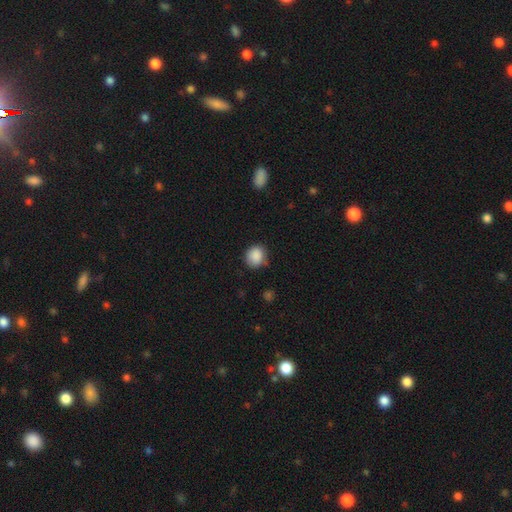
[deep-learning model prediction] Smooth or featured? smooth (88%)
How rounded? round (78%)
Merging? none (77%)